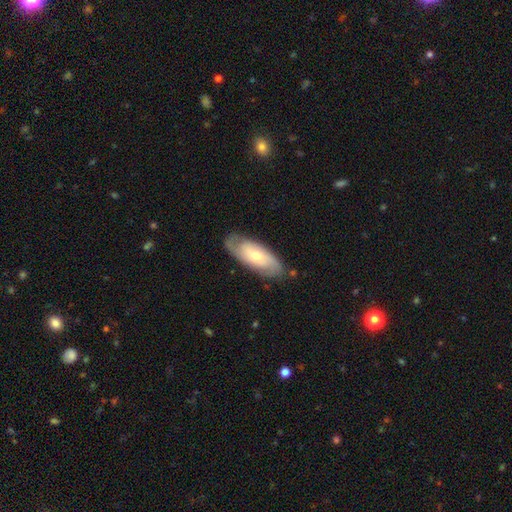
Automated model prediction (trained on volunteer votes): Smooth or featured? Predicted: featured or disk (p=0.62). Edge-on disk? Predicted: no (p=0.86). Bar? Predicted: no (p=0.70). Spiral arms? Predicted: yes (p=0.80). Bulge size? Predicted: moderate (p=0.51). Merging? Predicted: none (p=0.78).